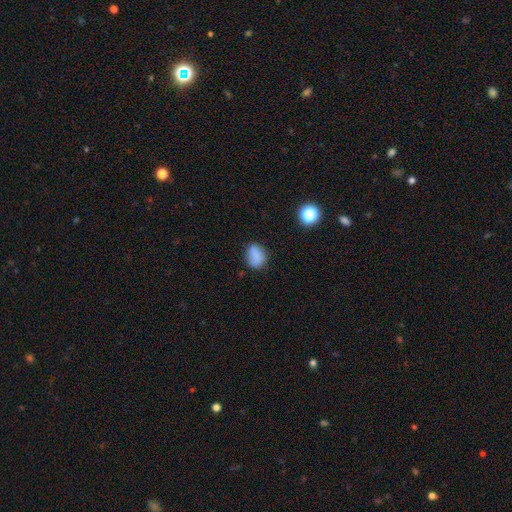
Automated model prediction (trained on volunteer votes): A smooth galaxy with no disk features (82%) that is in between round and cigar-shaped (70%).

Vote fractions:
- Smooth or featured? smooth: 82% / star or artifact: 11% / featured or disk: 7%
- How rounded? in between: 70% / round: 28% / cigar-shaped: 2%
- Merging? none: 74% / minor disturbance: 19% / major disturbance: 5% / merger: 2%